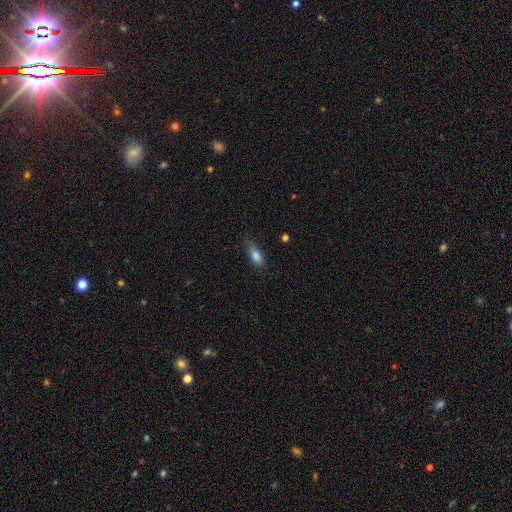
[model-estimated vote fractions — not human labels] Morphology: type=smooth (84%); roundness=in between (77%); merging=none (75%).